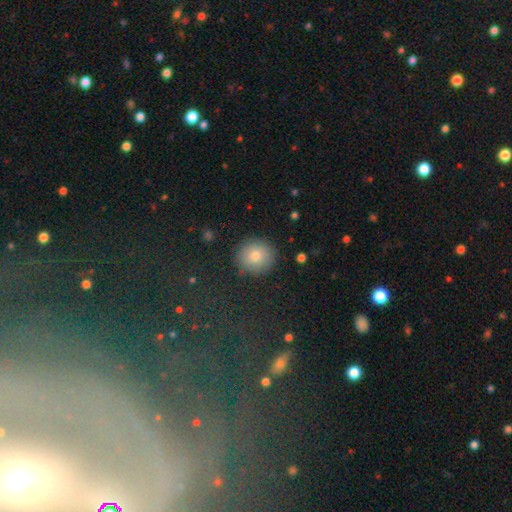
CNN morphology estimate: smooth_or_featured: smooth (p=0.79) [alt: featured or disk p=0.11]
how_rounded: round (p=0.92) [alt: in between p=0.07]
merging: none (p=0.89) [alt: minor disturbance p=0.07]